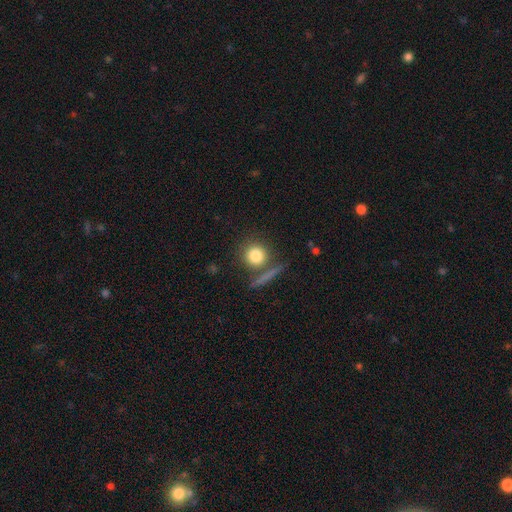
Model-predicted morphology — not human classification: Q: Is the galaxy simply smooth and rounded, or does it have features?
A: smooth — 81%.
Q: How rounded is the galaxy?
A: round — 90%.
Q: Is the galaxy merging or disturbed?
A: none — 74%.